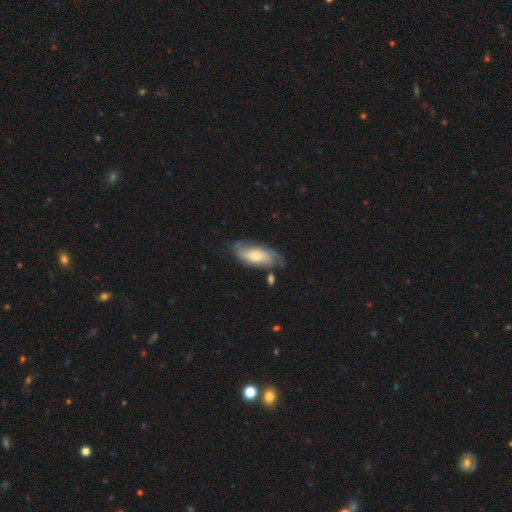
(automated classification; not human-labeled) Morphology: type=featured or disk (65%); edge-on=no (91%); bar=no (68%); spiral arms=yes (89%); winding=medium (39%); arm count=2 (60%); bulge=small (48%); merging=none (56%).